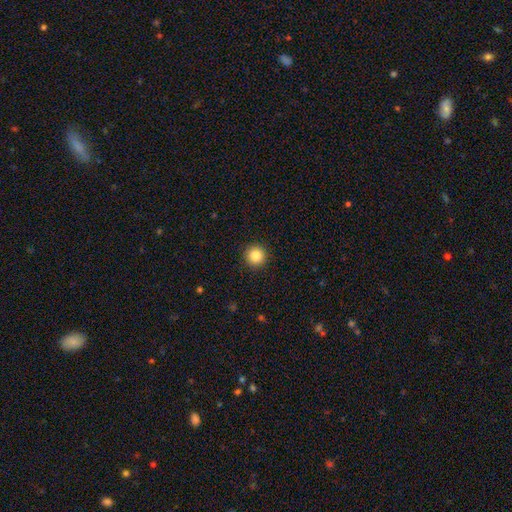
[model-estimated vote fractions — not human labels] Q: Smooth or featured?
A: smooth (84%); runner-up: star or artifact (11%)
Q: How rounded?
A: round (96%); runner-up: in between (3%)
Q: Merging?
A: none (93%); runner-up: minor disturbance (5%)